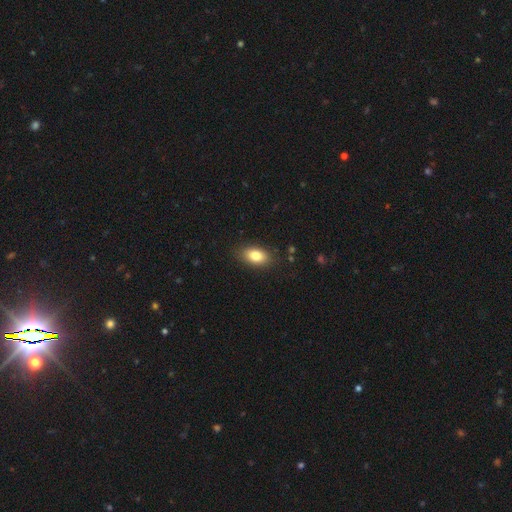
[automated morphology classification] type=smooth (82%); roundness=in between (88%); merging=none (86%).